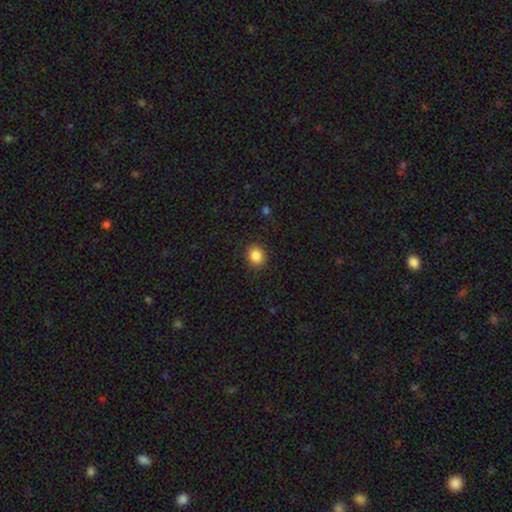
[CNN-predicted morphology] smooth-or-featured: smooth: 86% | star or artifact: 10% | featured or disk: 4%
  how-rounded: round: 75% | in between: 24% | cigar-shaped: 1%
  merging: none: 89% | minor disturbance: 8% | major disturbance: 3% | merger: 1%